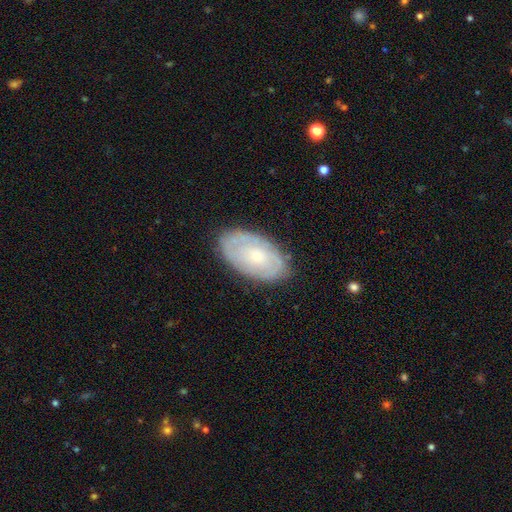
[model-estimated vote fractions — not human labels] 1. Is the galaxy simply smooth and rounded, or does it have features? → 60% featured or disk, 34% smooth, 6% star or artifact.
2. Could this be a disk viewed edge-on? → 94% no, 6% yes.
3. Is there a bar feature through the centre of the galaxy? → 81% no, 16% weak, 3% strong.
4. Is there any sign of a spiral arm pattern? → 70% yes, 30% no.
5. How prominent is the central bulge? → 62% small, 32% moderate, 3% none, 2% large, 1% dominant.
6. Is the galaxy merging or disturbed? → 80% none, 15% minor disturbance, 4% major disturbance, 1% merger.